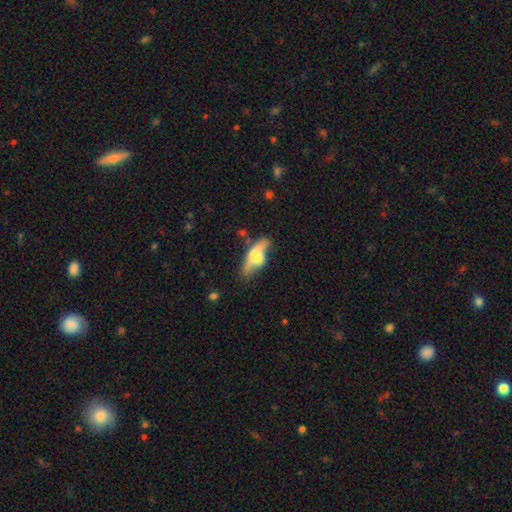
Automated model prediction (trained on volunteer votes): A smooth galaxy with no disk features (46%, tied with featured or disk). Merging: none (43%).